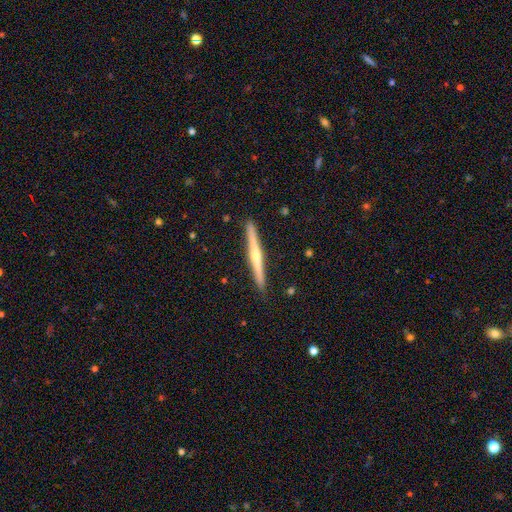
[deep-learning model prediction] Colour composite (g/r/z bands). It shows a featured or disk galaxy (69%) viewed edge-on (98%) with a rounded central bulge (75%). Merging: none (91%).